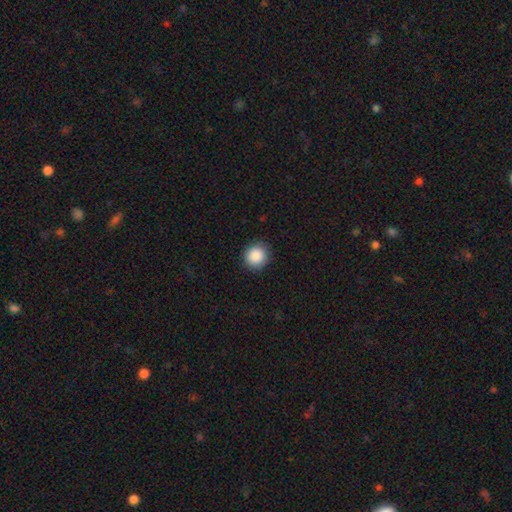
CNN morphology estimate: Smooth or featured? Predicted: smooth (p=0.89). How rounded? Predicted: round (p=0.93). Merging? Predicted: none (p=0.90).